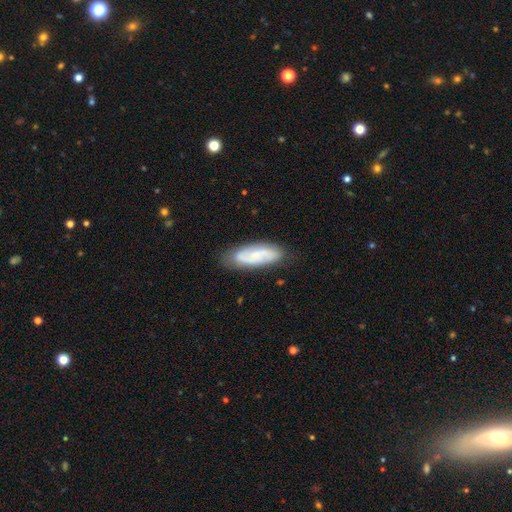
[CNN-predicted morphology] The model was most divided on "smooth or featured": featured or disk: 52%, smooth: 40%, star or artifact: 7%. More confident: edge-on disk — no (89%); merging — none (80%).